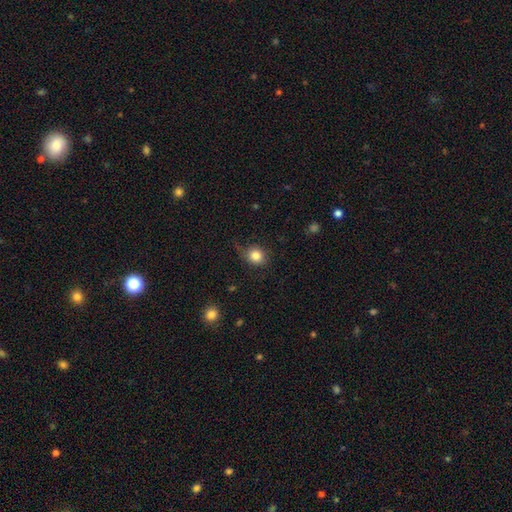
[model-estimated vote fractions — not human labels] smooth 82%, star or artifact 10%, featured or disk 7%. Down the decision tree: how rounded — round (75%); merging — none (66%).